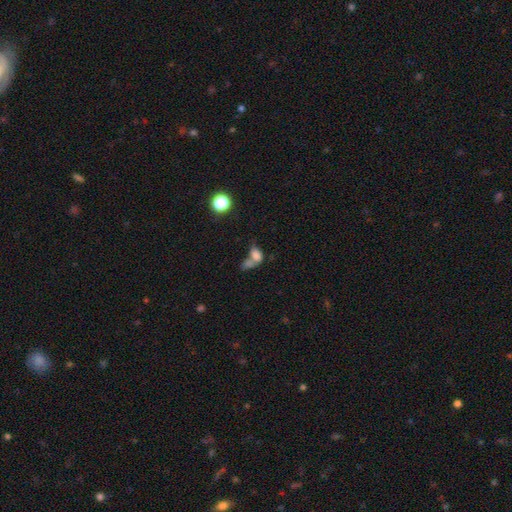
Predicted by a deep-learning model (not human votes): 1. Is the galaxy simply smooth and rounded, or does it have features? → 71% smooth, 16% featured or disk, 13% star or artifact.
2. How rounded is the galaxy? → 78% in between, 19% round, 3% cigar-shaped.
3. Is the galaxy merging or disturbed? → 62% merger, 16% none, 13% major disturbance, 9% minor disturbance.